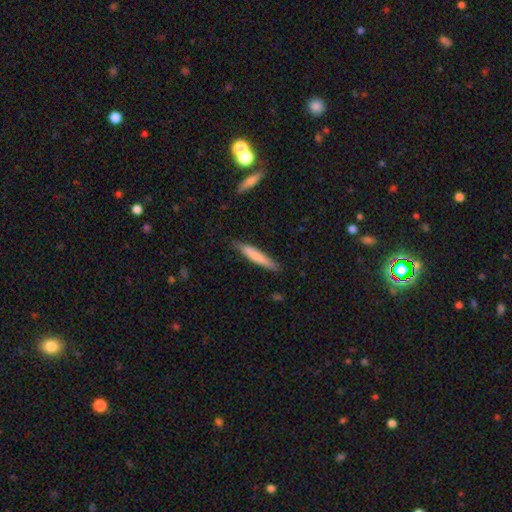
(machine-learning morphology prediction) A smooth galaxy with no disk features (72%) that is cigar-shaped (92%).

Vote fractions:
- Smooth or featured? smooth: 72% / featured or disk: 23% / star or artifact: 5%
- How rounded? cigar-shaped: 92% / in between: 7% / round: 1%
- Merging? none: 84% / minor disturbance: 12% / major disturbance: 2% / merger: 1%